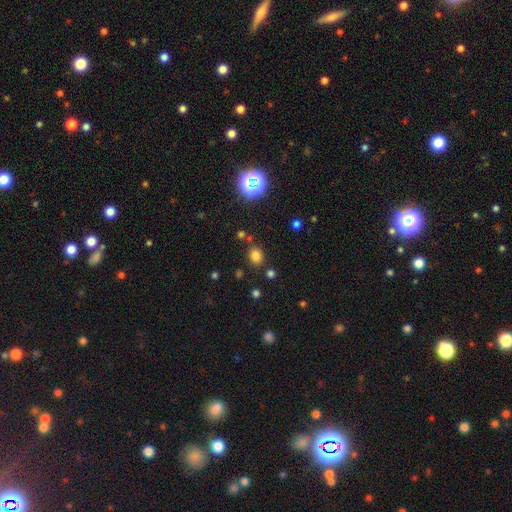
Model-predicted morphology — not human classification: Smooth or featured? Predicted: smooth (p=0.75). How rounded? Predicted: round (p=0.62). Merging? Predicted: none (p=0.81).